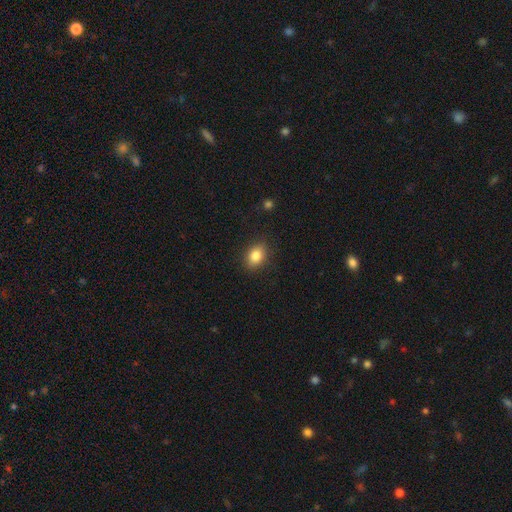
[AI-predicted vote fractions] Morphology: type=smooth (83%); roundness=in between (70%); merging=none (87%).